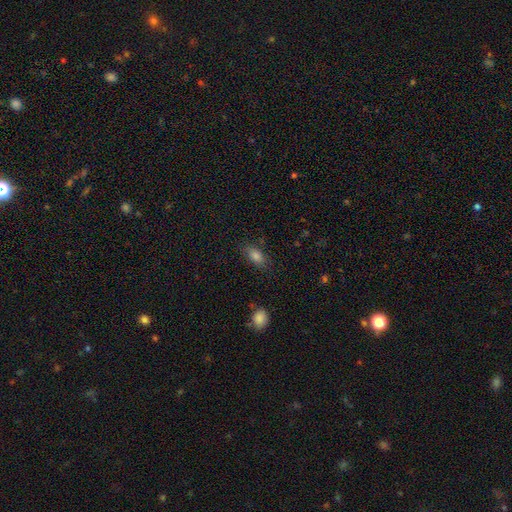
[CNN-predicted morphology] type=smooth (80%); roundness=in between (83%); merging=none (81%).